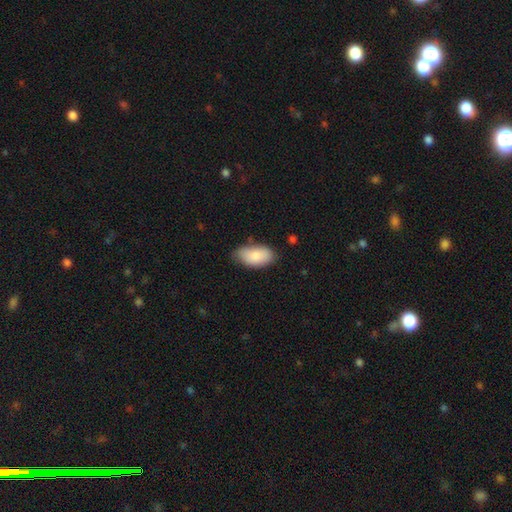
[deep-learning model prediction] smooth-or-featured: smooth: 84% | featured or disk: 9% | star or artifact: 6%
  how-rounded: in between: 94% | round: 3% | cigar-shaped: 2%
  merging: none: 69% | minor disturbance: 25% | major disturbance: 4% | merger: 2%